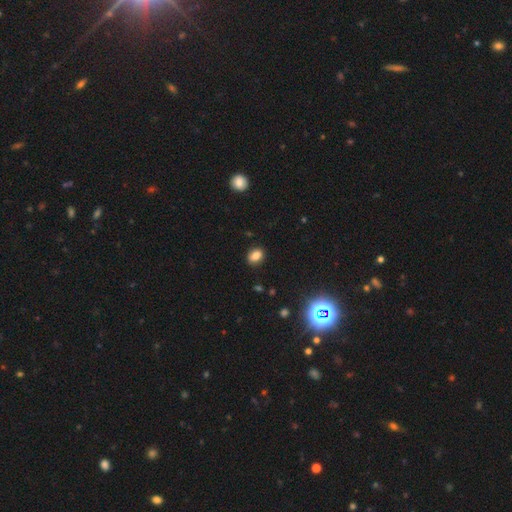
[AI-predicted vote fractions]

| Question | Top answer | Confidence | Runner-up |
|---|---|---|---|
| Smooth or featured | smooth | 82% | star or artifact (12%) |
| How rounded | in between | 63% | round (36%) |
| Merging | none | 88% | minor disturbance (9%) |